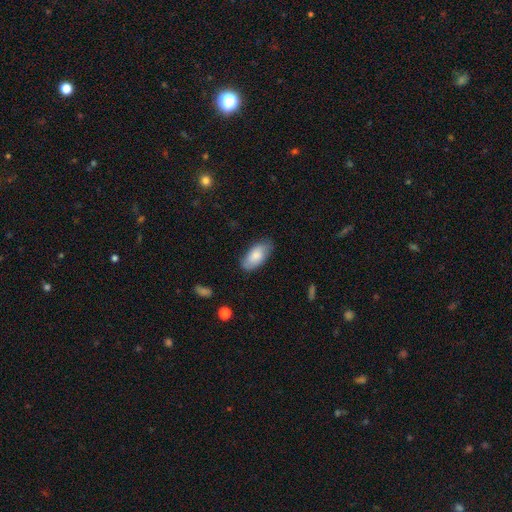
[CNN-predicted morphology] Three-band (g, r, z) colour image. It shows a smooth galaxy with no disk features (81%) that is in between round and cigar-shaped (93%). Merging: none (78%).